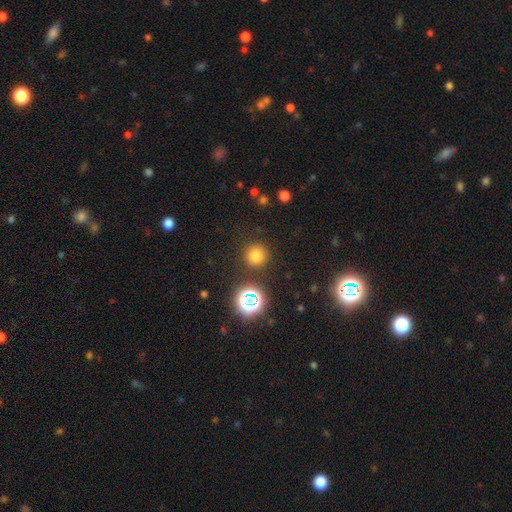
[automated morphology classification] type=smooth (74%); roundness=round (95%); merging=none (87%).